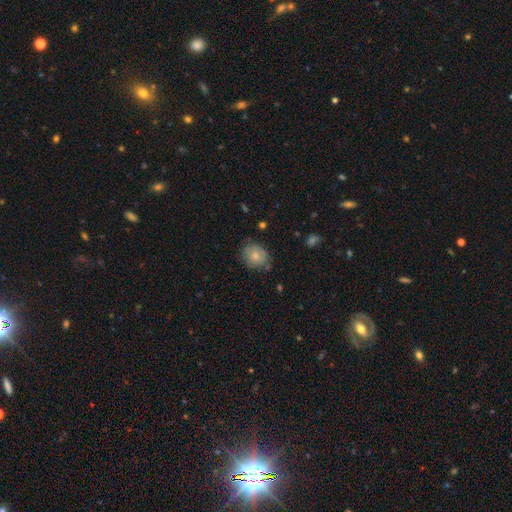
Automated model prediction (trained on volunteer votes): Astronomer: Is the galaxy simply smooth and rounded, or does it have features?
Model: smooth — 71%.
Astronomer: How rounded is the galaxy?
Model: round — 63%.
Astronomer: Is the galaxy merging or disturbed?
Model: none — 69%.